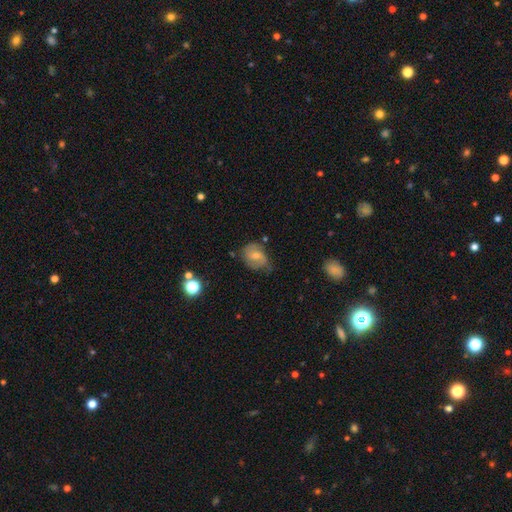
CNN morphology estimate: smooth-or-featured: smooth: 53% | featured or disk: 38% | star or artifact: 9%
  how-rounded: in between: 56% | round: 42% | cigar-shaped: 1%
  merging: none: 52% | minor disturbance: 33% | major disturbance: 11% | merger: 4%